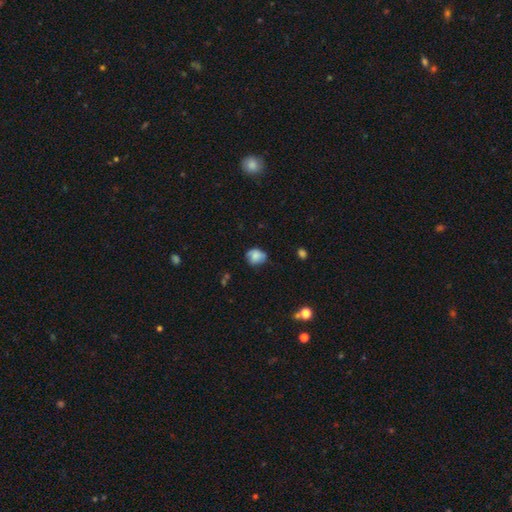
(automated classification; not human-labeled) Q: Smooth or featured?
A: smooth (76%); runner-up: featured or disk (15%)
Q: How rounded?
A: round (55%); runner-up: in between (44%)
Q: Merging?
A: none (58%); runner-up: minor disturbance (32%)